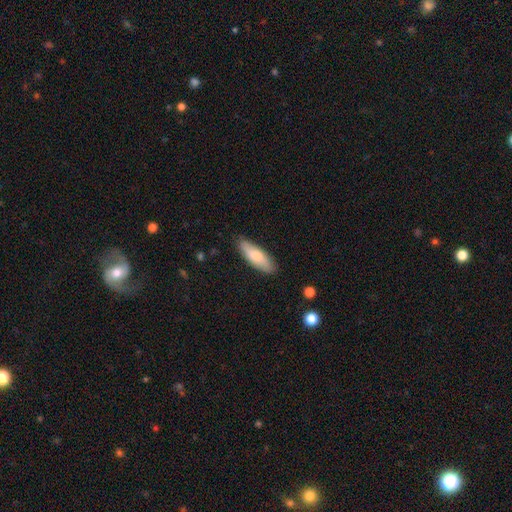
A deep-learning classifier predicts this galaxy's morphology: smooth_or_featured: smooth (p=0.78) [alt: featured or disk p=0.17]
how_rounded: in between (p=0.56) [alt: cigar-shaped p=0.42]
merging: none (p=0.85) [alt: minor disturbance p=0.12]